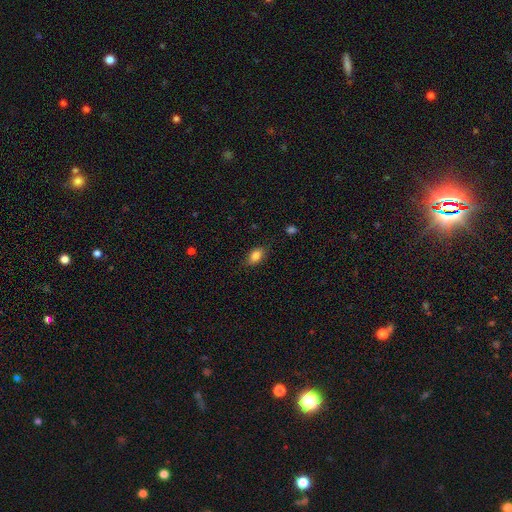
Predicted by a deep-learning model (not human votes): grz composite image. It shows a smooth galaxy with no disk features (85%) that is in between round and cigar-shaped (86%). Merging: none (81%).